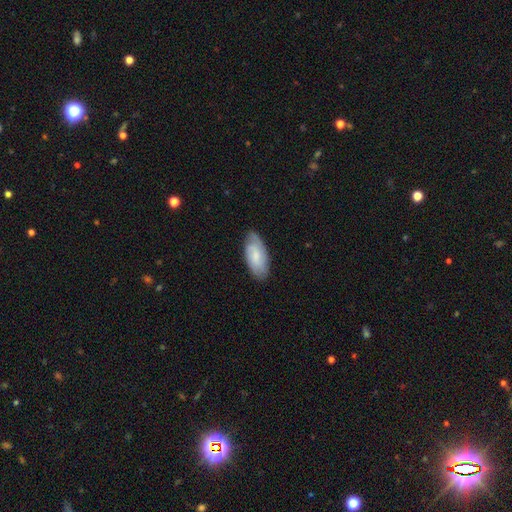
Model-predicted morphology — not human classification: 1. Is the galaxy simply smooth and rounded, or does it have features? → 52% smooth, 42% featured or disk, 6% star or artifact.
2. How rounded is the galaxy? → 90% in between, 8% cigar-shaped, 2% round.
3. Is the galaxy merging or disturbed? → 77% none, 19% minor disturbance, 4% major disturbance, 1% merger.